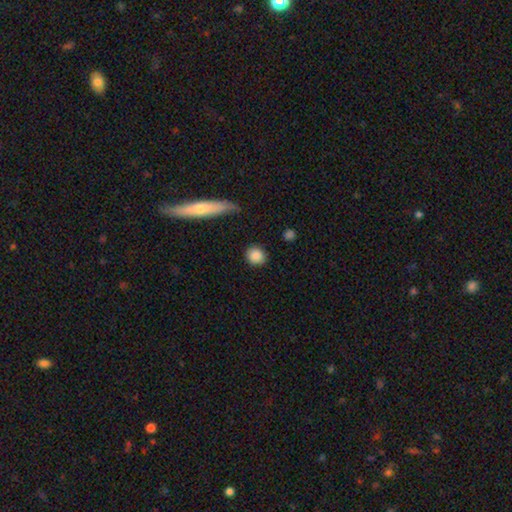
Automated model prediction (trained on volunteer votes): Morphology: type=smooth (87%); roundness=round (84%); merging=none (88%).